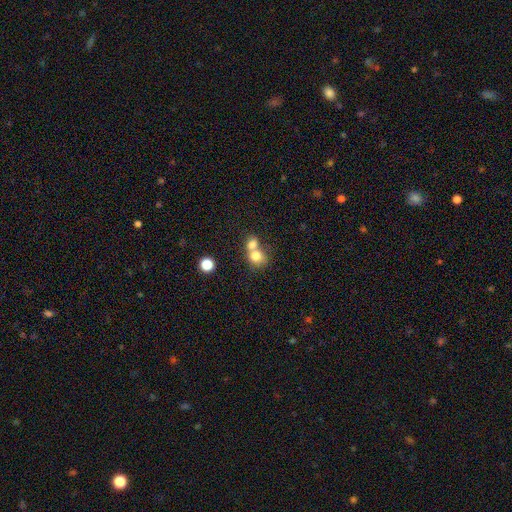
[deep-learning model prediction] This is likely a smooth galaxy (77%). How rounded: likely round (73%). Merging: likely merger (63%).